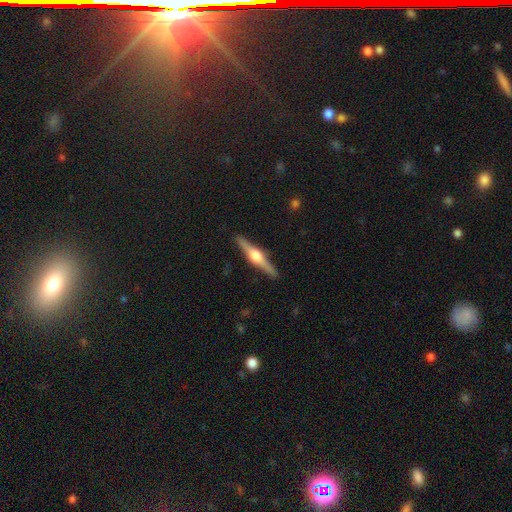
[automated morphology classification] Smooth or featured? Predicted: featured or disk (p=0.79). Edge-on disk? Predicted: yes (p=0.98). Edge-on bulge? Predicted: rounded (p=0.93). Merging? Predicted: none (p=0.91).